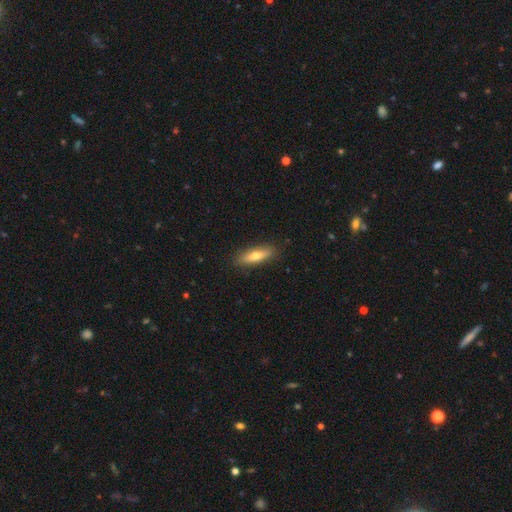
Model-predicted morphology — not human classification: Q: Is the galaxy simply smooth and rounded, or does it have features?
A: smooth — 65%.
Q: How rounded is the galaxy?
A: cigar-shaped — 61%.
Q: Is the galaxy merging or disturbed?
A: none — 88%.